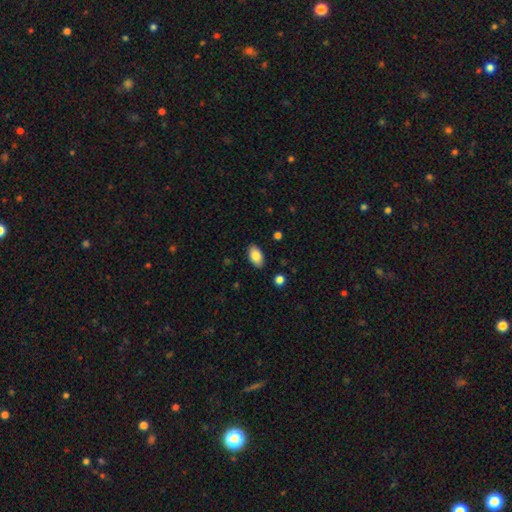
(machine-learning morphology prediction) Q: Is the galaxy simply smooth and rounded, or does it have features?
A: smooth — 83%.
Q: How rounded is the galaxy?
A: in between — 94%.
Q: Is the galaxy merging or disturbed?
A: none — 88%.